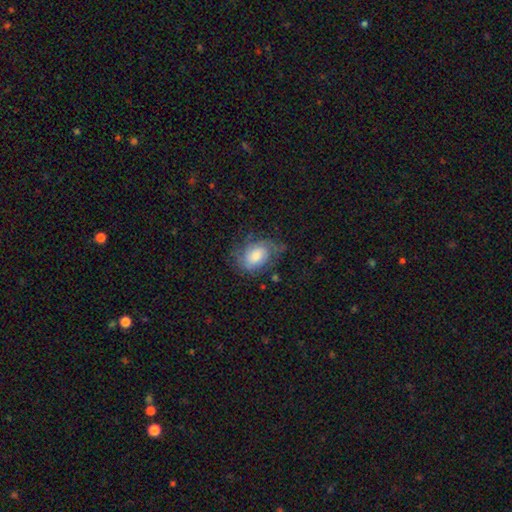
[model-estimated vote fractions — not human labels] smooth-or-featured: smooth: 46% | featured or disk: 45% | star or artifact: 8%
  merging: none: 56% | minor disturbance: 27% | major disturbance: 16% | merger: 2%